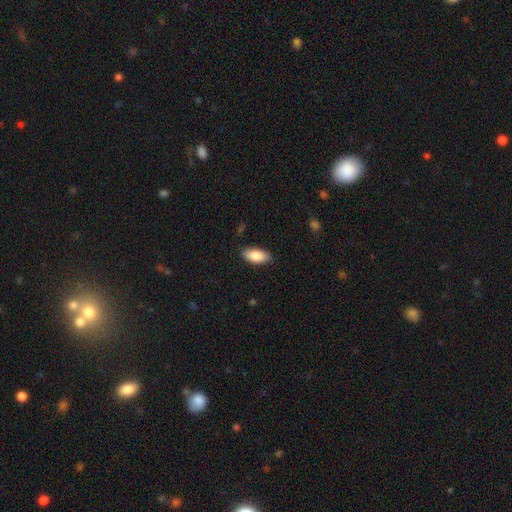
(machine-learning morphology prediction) Smooth or featured?
  - smooth: 85% *
  - featured or disk: 8%
  - star or artifact: 6%
How rounded?
  - in between: 90% *
  - cigar-shaped: 8%
  - round: 2%
Merging?
  - none: 86% *
  - minor disturbance: 11%
  - major disturbance: 2%
  - merger: 1%